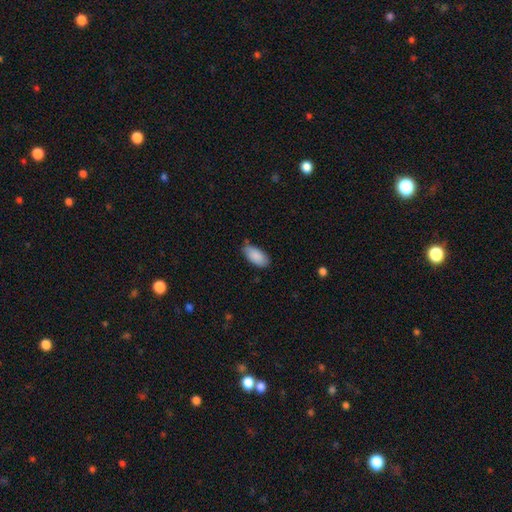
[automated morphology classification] The model was most divided on "merging": none: 74%, minor disturbance: 21%, major disturbance: 3%, merger: 2%. More confident: how rounded — in between (93%); smooth or featured — smooth (88%).